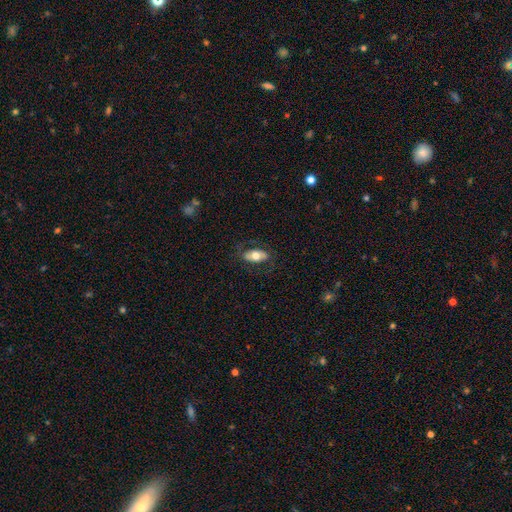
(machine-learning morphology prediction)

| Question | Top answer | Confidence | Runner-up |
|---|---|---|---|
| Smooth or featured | smooth | 58% | featured or disk (35%) |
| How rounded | in between | 89% | cigar-shaped (6%) |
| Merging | none | 78% | minor disturbance (14%) |